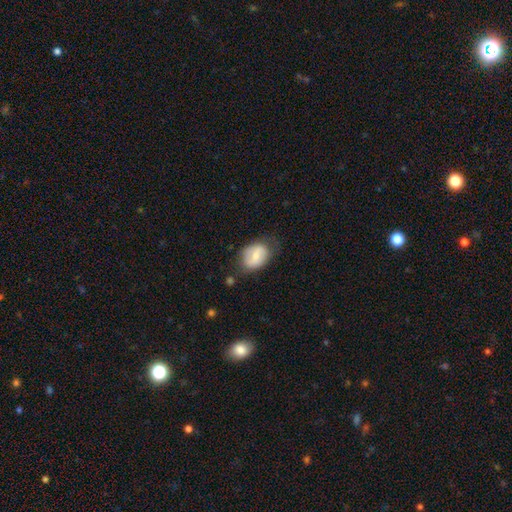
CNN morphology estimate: Overall: smooth (59%; featured or disk 34%). How rounded: in between (74%). Merging: none (59%; minor disturbance 28%).